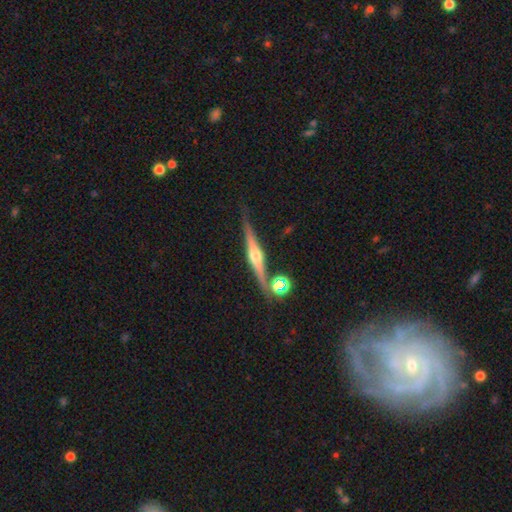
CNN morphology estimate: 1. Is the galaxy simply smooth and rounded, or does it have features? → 78% featured or disk, 14% smooth, 8% star or artifact.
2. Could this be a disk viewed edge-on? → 97% yes, 3% no.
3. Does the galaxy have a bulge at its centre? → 92% rounded, 5% boxy, 3% none.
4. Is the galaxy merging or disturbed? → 82% none, 11% minor disturbance, 5% merger, 2% major disturbance.